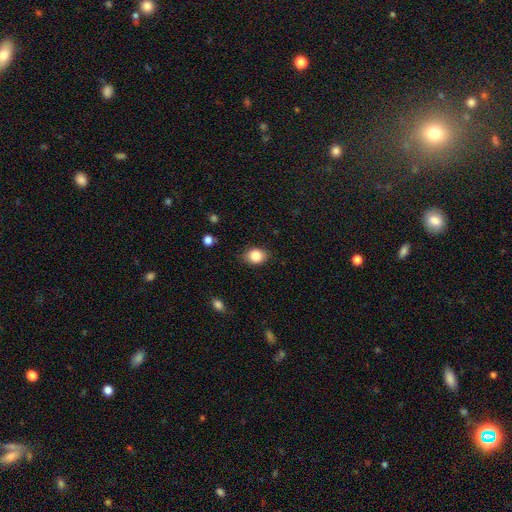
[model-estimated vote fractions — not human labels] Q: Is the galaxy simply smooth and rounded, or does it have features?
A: smooth — 85%.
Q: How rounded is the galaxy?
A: in between — 52%.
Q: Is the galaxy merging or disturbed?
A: none — 81%.